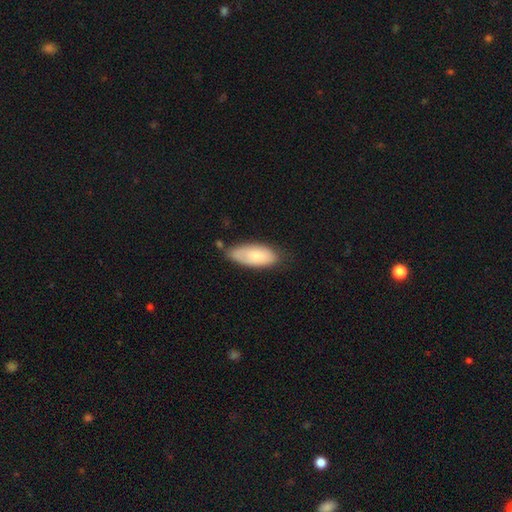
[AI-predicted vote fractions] Smooth or featured? smooth (75%)
How rounded? in between (86%)
Merging? none (62%)